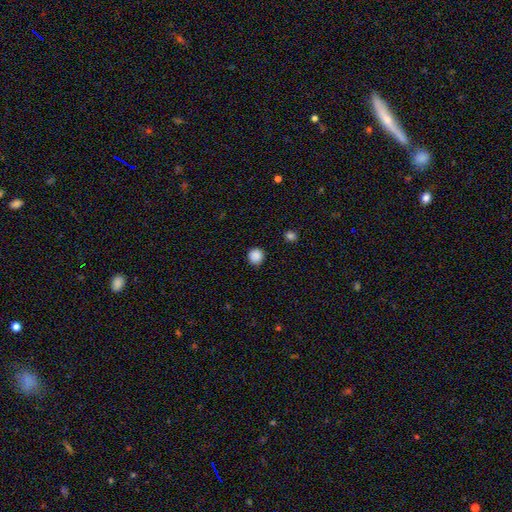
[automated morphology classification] type=smooth (88%); roundness=round (92%); merging=none (89%).